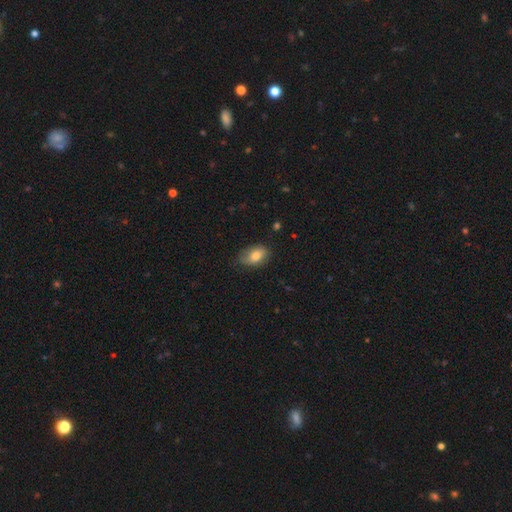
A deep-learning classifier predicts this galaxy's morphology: Overall: smooth (79%). How rounded: in between (90%). Merging: none (70%).